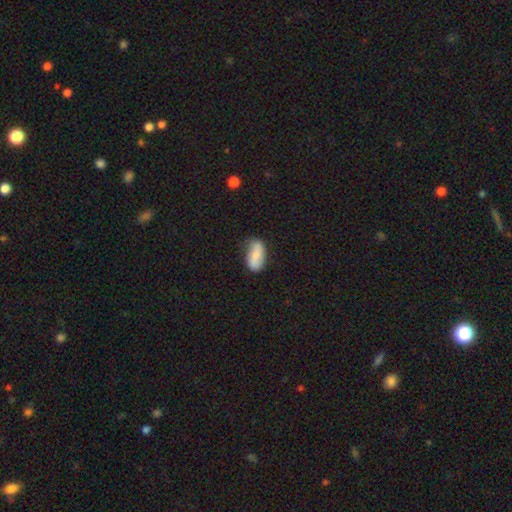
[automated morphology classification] This is likely a smooth galaxy (64%). How rounded: clearly in between (91%). Merging: possibly none (59%).